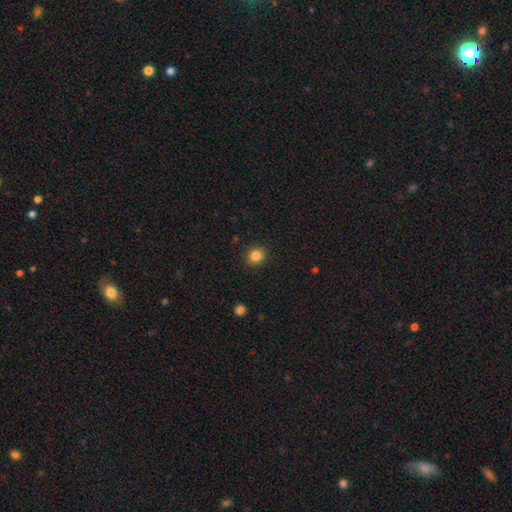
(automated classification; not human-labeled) Smooth or featured: smooth — 84% (star or artifact — 11%)
How rounded: round — 77% (in between — 22%)
Merging: none — 91% (minor disturbance — 6%)